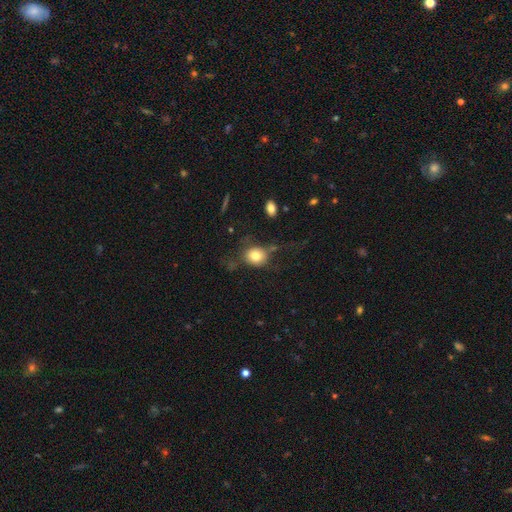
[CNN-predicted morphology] A smooth galaxy with no disk features (78%) that is round (72%).

Vote fractions:
- Smooth or featured? smooth: 78% / featured or disk: 12% / star or artifact: 10%
- How rounded? round: 72% / in between: 27% / cigar-shaped: 1%
- Merging? none: 60% / minor disturbance: 20% / major disturbance: 15% / merger: 5%